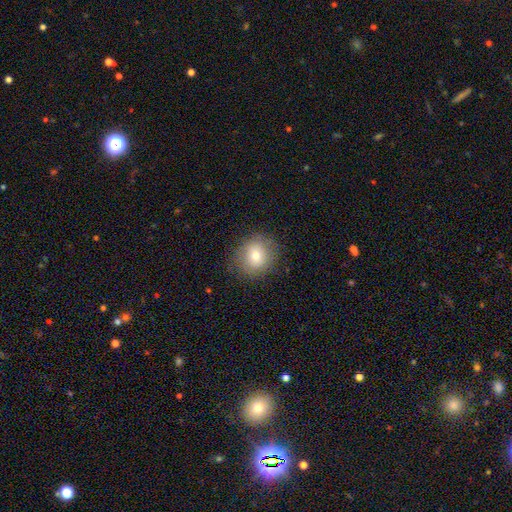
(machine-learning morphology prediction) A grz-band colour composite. It shows a smooth galaxy with no disk features (73%) that is round (79%). Merging: none (84%).